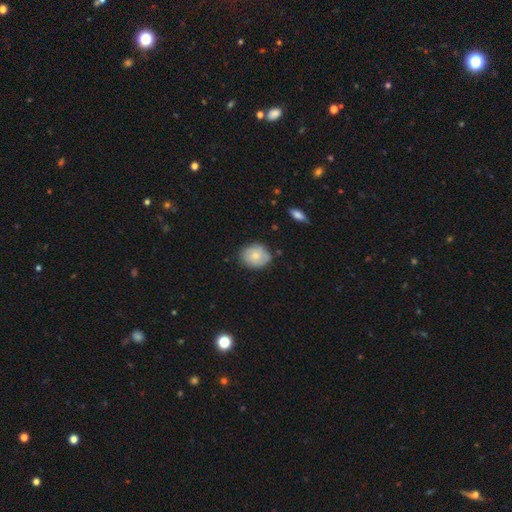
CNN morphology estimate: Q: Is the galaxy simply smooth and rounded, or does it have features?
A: smooth — 65%.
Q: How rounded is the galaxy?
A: round — 61%.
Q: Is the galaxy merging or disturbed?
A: none — 75%.